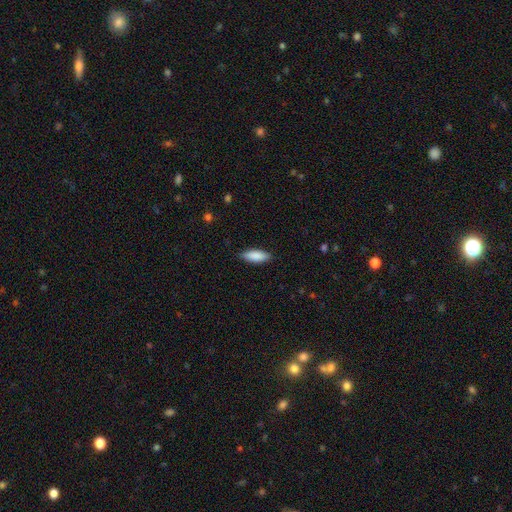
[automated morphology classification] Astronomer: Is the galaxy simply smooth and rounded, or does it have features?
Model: smooth — 87%.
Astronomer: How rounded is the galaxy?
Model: in between — 65%.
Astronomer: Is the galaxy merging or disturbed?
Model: none — 86%.